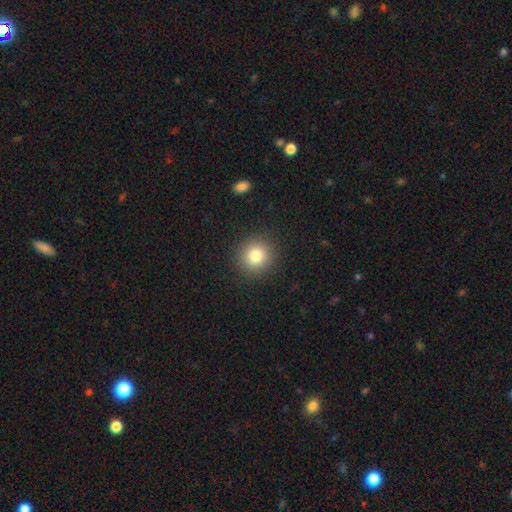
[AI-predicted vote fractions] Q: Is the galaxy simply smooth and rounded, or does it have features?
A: smooth — 82%.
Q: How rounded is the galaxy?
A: round — 91%.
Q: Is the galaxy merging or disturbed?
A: none — 91%.